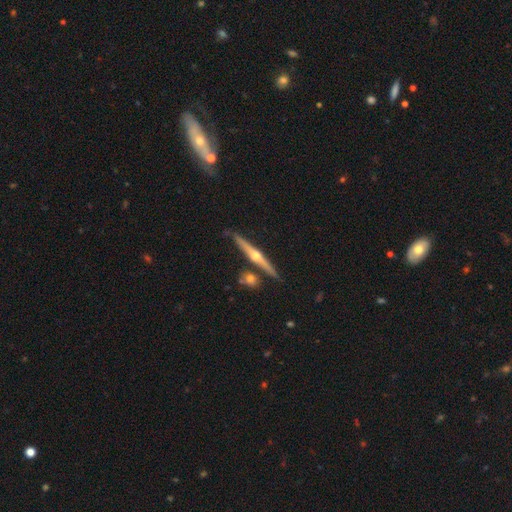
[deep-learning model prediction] Smooth or featured? featured or disk (81%)
Edge-on disk? yes (98%)
Edge-on bulge? rounded (93%)
Merging? none (84%)